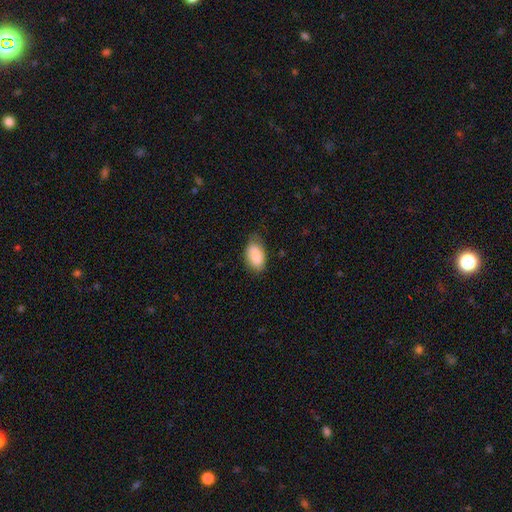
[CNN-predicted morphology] Q: Smooth or featured?
A: smooth (88%); runner-up: featured or disk (6%)
Q: How rounded?
A: in between (94%); runner-up: round (4%)
Q: Merging?
A: none (69%); runner-up: minor disturbance (24%)